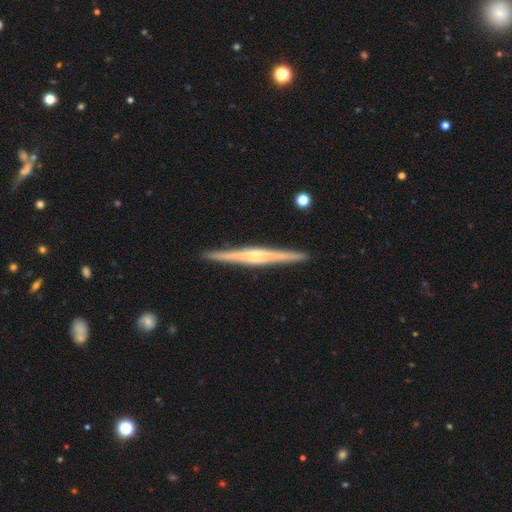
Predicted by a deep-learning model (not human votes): Smooth or featured? Predicted: featured or disk (p=0.80). Edge-on disk? Predicted: yes (p=0.98). Edge-on bulge? Predicted: rounded (p=0.61). Merging? Predicted: none (p=0.92).